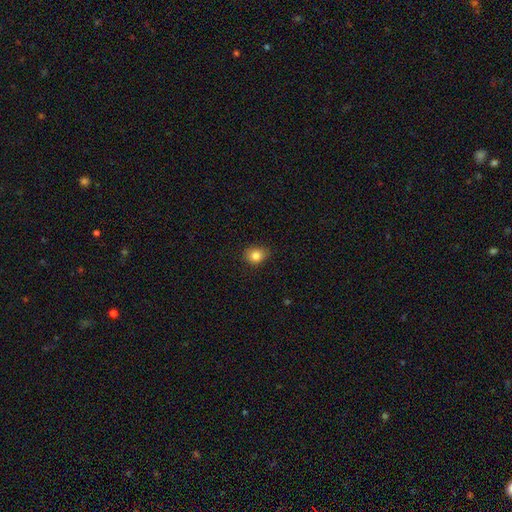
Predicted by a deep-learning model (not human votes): Overall: smooth (83%). How rounded: round (62%; in between 37%). Merging: none (84%).